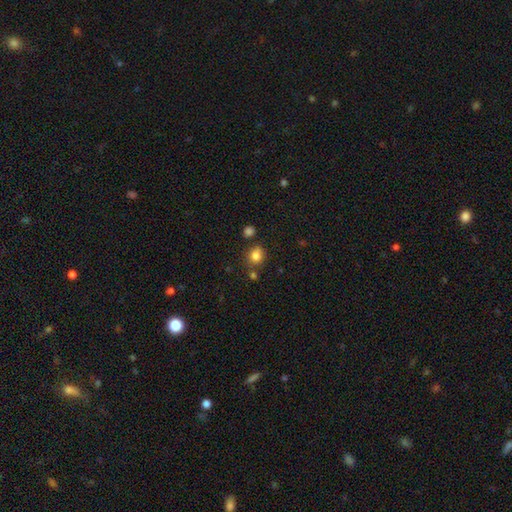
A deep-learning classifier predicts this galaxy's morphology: Overall: smooth (82%). How rounded: round (69%; in between 30%). Merging: none (74%).